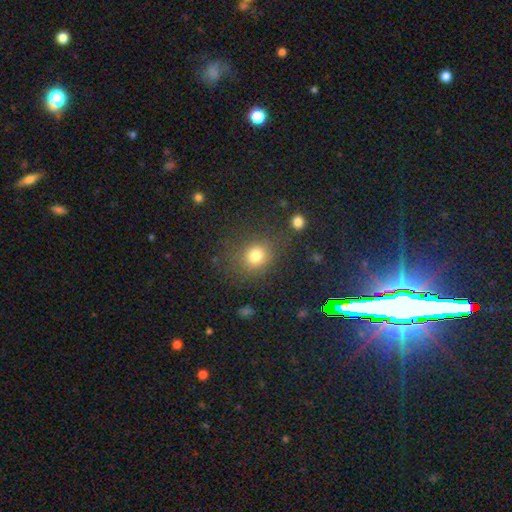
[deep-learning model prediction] Q: Smooth or featured?
A: smooth (78%); runner-up: star or artifact (14%)
Q: How rounded?
A: round (73%); runner-up: in between (26%)
Q: Merging?
A: none (76%); runner-up: minor disturbance (13%)